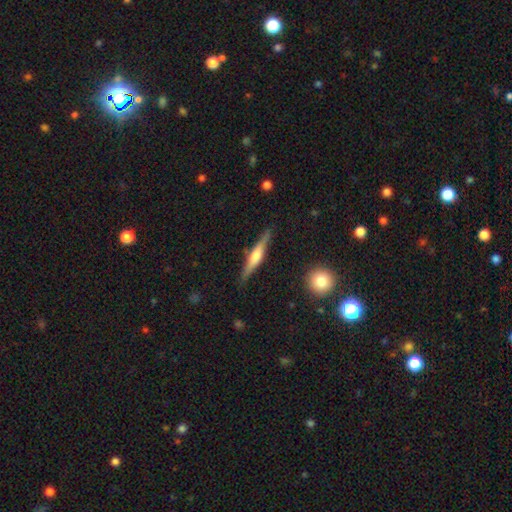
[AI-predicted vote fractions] featured or disk 65%, smooth 29%, star or artifact 6%. Down the decision tree: edge-on disk — yes (97%); edge-on bulge — rounded (72%); merging — none (86%).